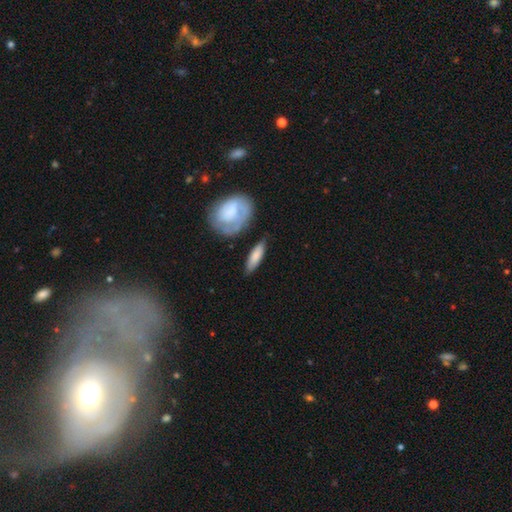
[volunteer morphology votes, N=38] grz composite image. It shows a smooth galaxy with no disk features (68%) that is cigar-shaped (65%). Merging: none (80%).